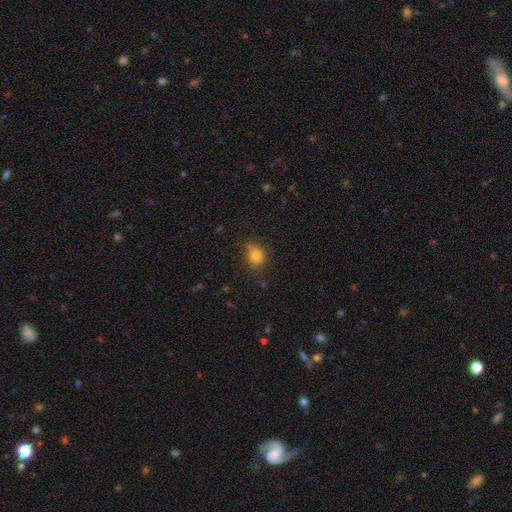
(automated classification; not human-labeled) smooth-or-featured: smooth: 80% | star or artifact: 13% | featured or disk: 6%
  how-rounded: round: 71% | in between: 28% | cigar-shaped: 1%
  merging: none: 80% | minor disturbance: 12% | merger: 4% | major disturbance: 3%